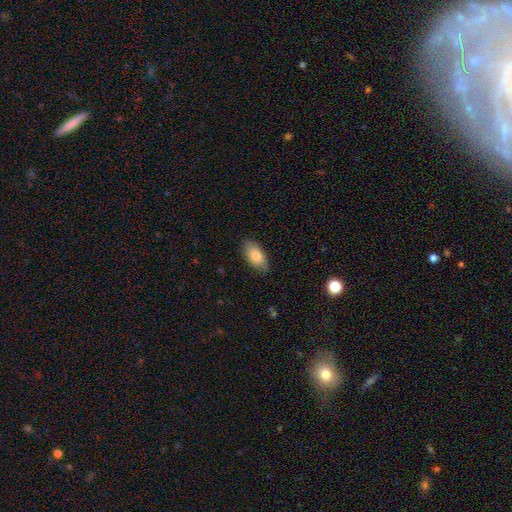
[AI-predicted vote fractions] Smooth or featured?
  - smooth: 82% *
  - featured or disk: 12%
  - star or artifact: 6%
How rounded?
  - in between: 93% *
  - cigar-shaped: 4%
  - round: 3%
Merging?
  - none: 81% *
  - minor disturbance: 15%
  - major disturbance: 3%
  - merger: 1%